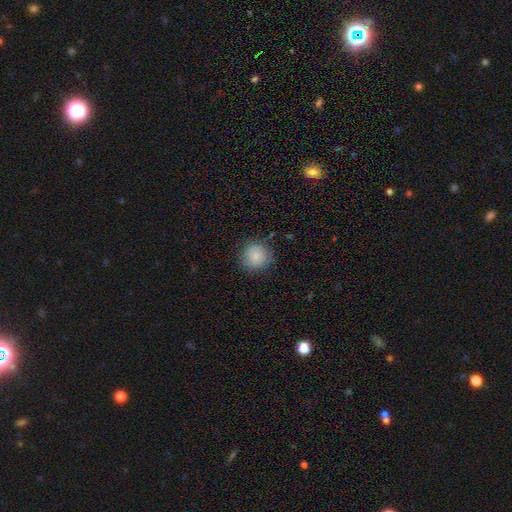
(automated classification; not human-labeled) Overall: smooth (86%). How rounded: round (92%). Merging: none (83%).